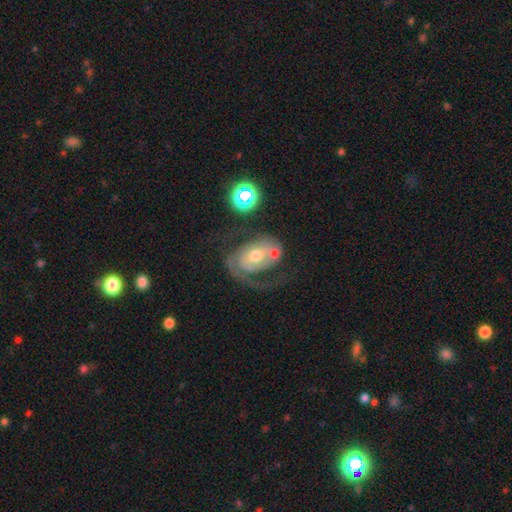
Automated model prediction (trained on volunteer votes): Q: Smooth or featured?
A: featured or disk (76%); runner-up: smooth (16%)
Q: Edge-on disk?
A: no (97%); runner-up: yes (3%)
Q: Bar?
A: no (65%); runner-up: weak (28%)
Q: Spiral arms?
A: yes (86%); runner-up: no (14%)
Q: Spiral winding?
A: medium (41%); runner-up: tight (33%)
Q: Spiral arm count?
A: 1 (46%); runner-up: 2 (38%)
Q: Bulge size?
A: moderate (68%); runner-up: small (21%)
Q: Merging?
A: none (35%); tied with: major disturbance (35%)